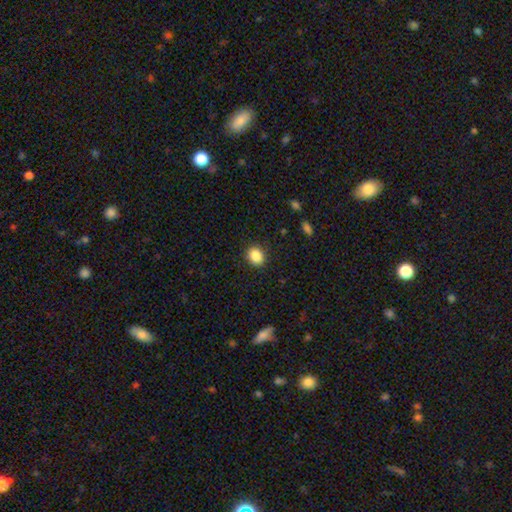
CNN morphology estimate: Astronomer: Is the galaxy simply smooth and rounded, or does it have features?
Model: smooth — 87%.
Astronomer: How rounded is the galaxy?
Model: round — 65%.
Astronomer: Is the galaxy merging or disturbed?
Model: none — 89%.